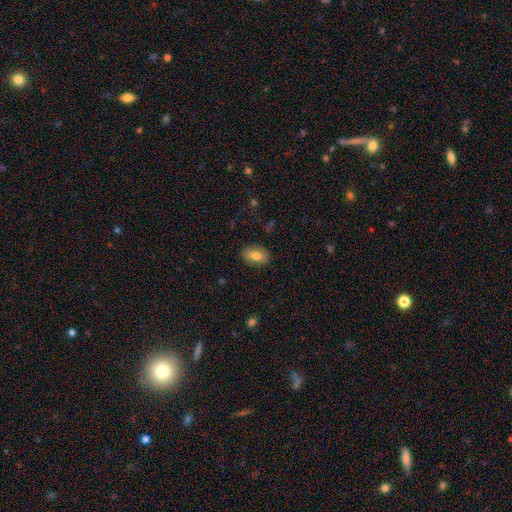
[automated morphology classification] This appears to be a smooth galaxy with no disk features (79%) that is in between round and cigar-shaped (87%). Merging: none (85%).